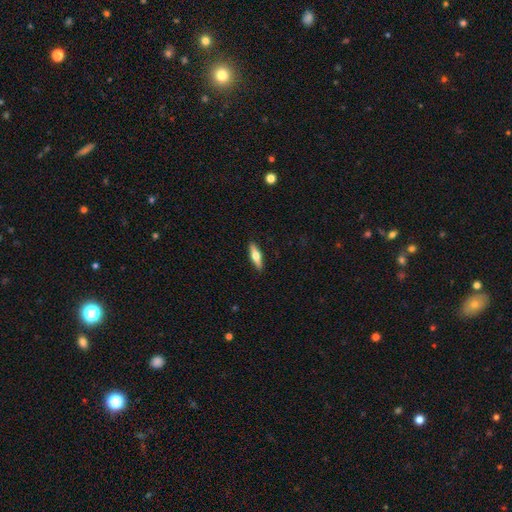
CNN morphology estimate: Smooth or featured?
  - smooth: 49% *
  - featured or disk: 45%
  - star or artifact: 6%
Merging?
  - none: 90% *
  - minor disturbance: 7%
  - major disturbance: 2%
  - merger: 1%